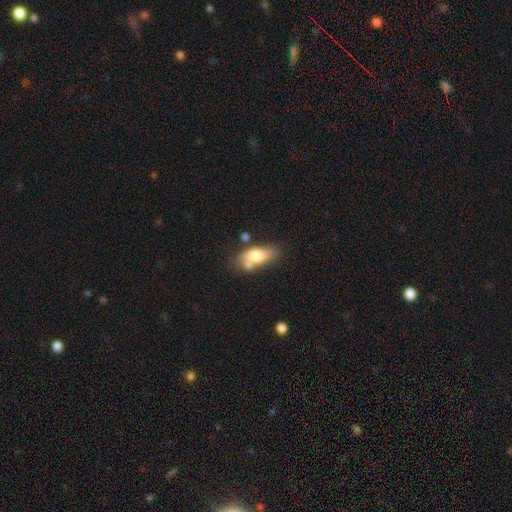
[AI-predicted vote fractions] smooth-or-featured: smooth: 67% | featured or disk: 26% | star or artifact: 7%
  how-rounded: in between: 79% | cigar-shaped: 16% | round: 5%
  merging: none: 46% | merger: 26% | minor disturbance: 20% | major disturbance: 8%